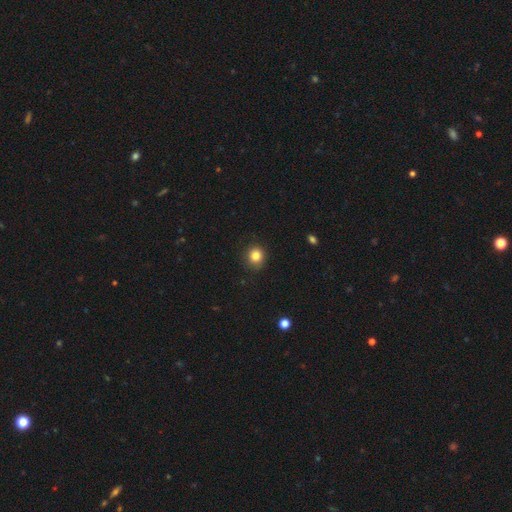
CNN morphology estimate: Smooth or featured?
  - smooth: 83% *
  - star or artifact: 11%
  - featured or disk: 6%
How rounded?
  - round: 84% *
  - in between: 15%
  - cigar-shaped: 1%
Merging?
  - none: 88% *
  - minor disturbance: 9%
  - major disturbance: 2%
  - merger: 1%